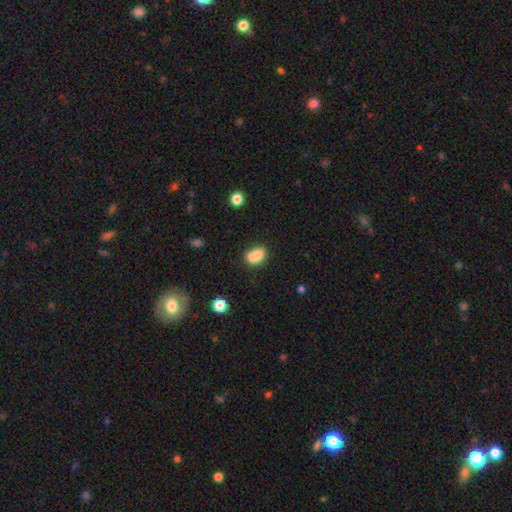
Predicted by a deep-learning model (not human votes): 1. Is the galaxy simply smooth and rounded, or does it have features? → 75% smooth, 15% featured or disk, 10% star or artifact.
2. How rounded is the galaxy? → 55% in between, 43% round, 1% cigar-shaped.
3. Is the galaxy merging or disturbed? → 49% merger, 35% none, 12% minor disturbance, 4% major disturbance.